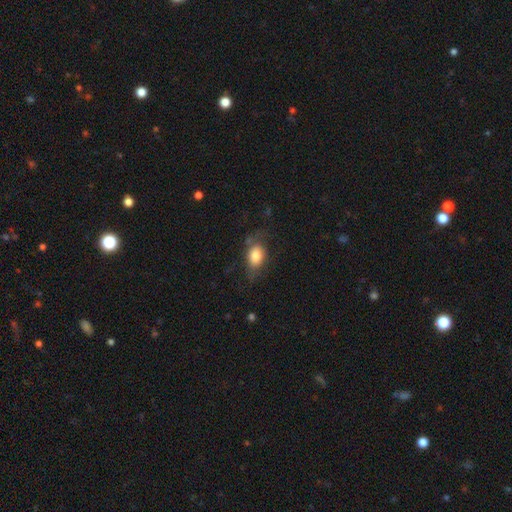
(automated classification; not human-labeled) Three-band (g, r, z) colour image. It shows a smooth galaxy with no disk features (76%) that is in between round and cigar-shaped (78%). Merging: none (58%).